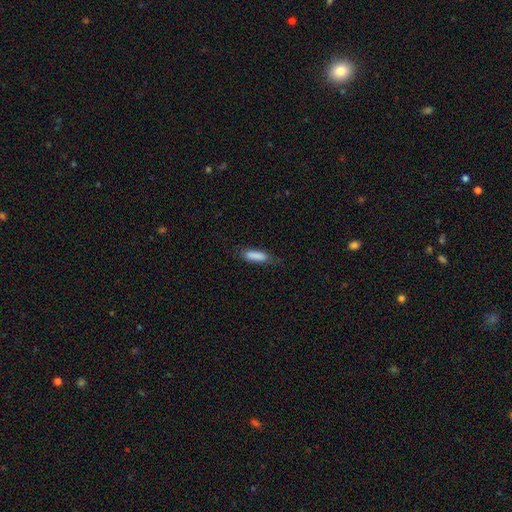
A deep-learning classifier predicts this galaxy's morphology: smooth_or_featured: smooth (p=0.85) [alt: featured or disk p=0.08]
how_rounded: cigar-shaped (p=0.61) [alt: in between p=0.37]
merging: none (p=0.70) [alt: minor disturbance p=0.23]